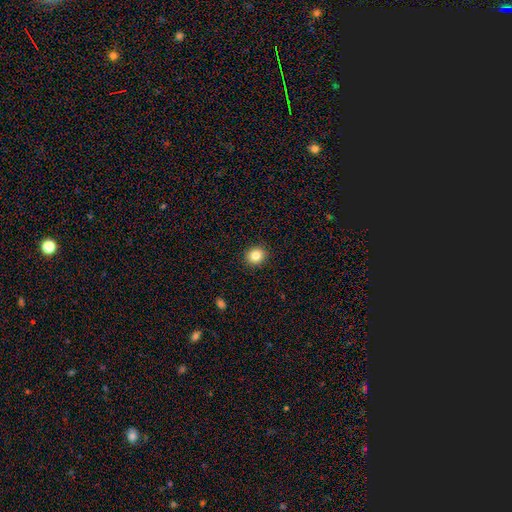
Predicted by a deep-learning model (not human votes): This is clearly a smooth galaxy (83%). How rounded: likely round (80%). Merging: clearly none (91%).